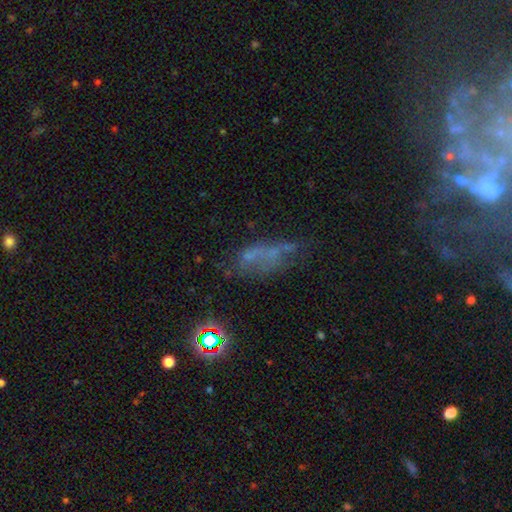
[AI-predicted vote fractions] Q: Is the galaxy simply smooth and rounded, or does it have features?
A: featured or disk — 38%.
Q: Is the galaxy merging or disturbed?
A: none — 40%.